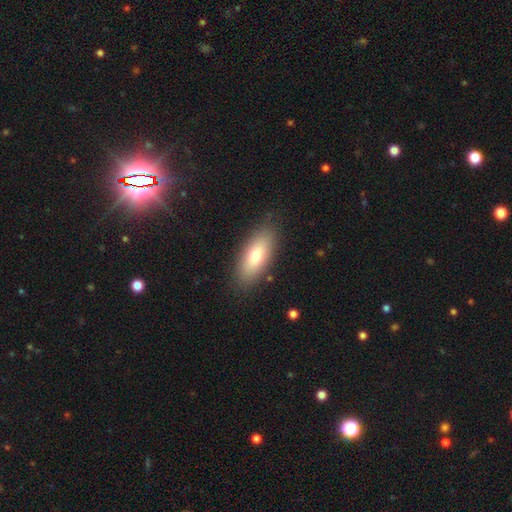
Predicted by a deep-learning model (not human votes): The model was most divided on "smooth or featured": smooth: 72%, featured or disk: 21%, star or artifact: 7%. More confident: merging — none (85%); how rounded — in between (79%).